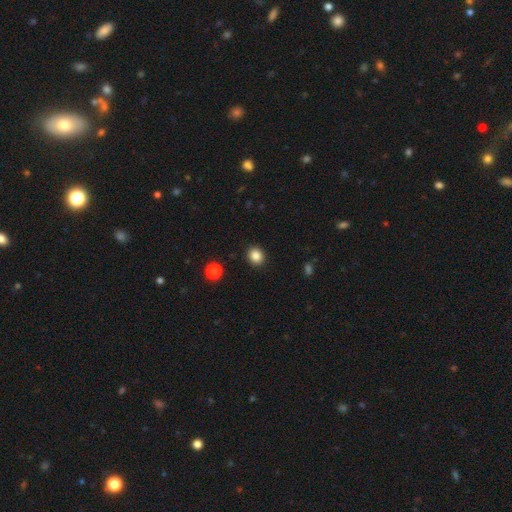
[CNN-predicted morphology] A smooth galaxy with no disk features (85%) that is round (77%).

Vote fractions:
- Smooth or featured? smooth: 85% / star or artifact: 11% / featured or disk: 4%
- How rounded? round: 77% / in between: 23% / cigar-shaped: 1%
- Merging? none: 91% / minor disturbance: 6% / major disturbance: 2% / merger: 1%